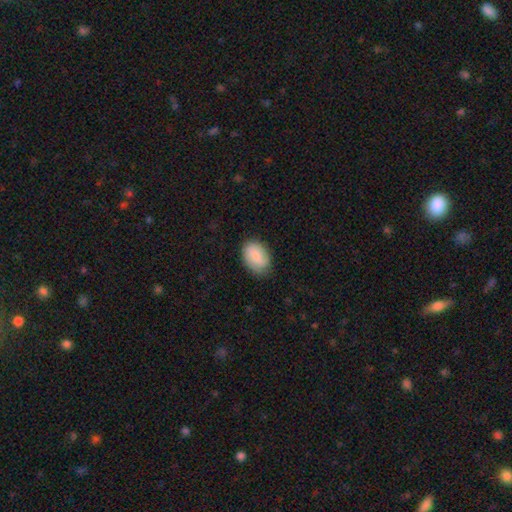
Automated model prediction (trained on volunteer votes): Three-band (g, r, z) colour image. It shows a smooth galaxy with no disk features (78%) that is in between round and cigar-shaped (83%). Merging: none (72%).